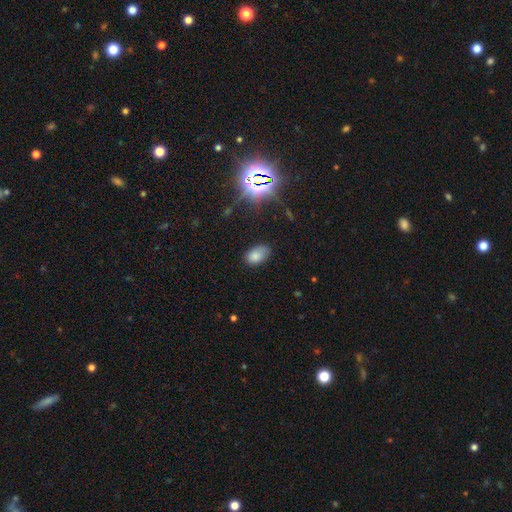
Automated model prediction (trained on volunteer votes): A smooth galaxy with no disk features (78%) that is in between round and cigar-shaped (91%). Merging: none (67%).